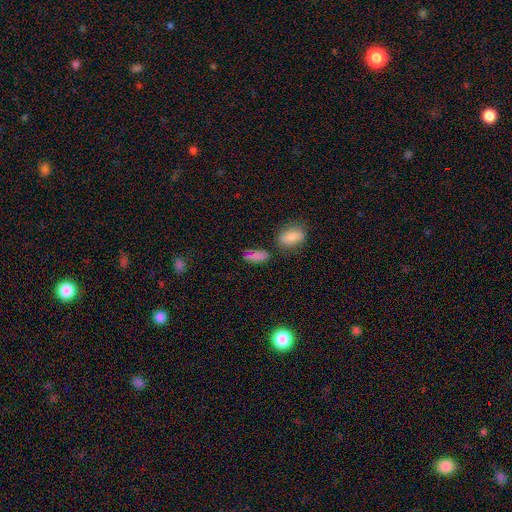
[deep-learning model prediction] smooth 79%, star or artifact 14%, featured or disk 7%. Down the decision tree: how rounded — in between (81%); merging — none (67%).